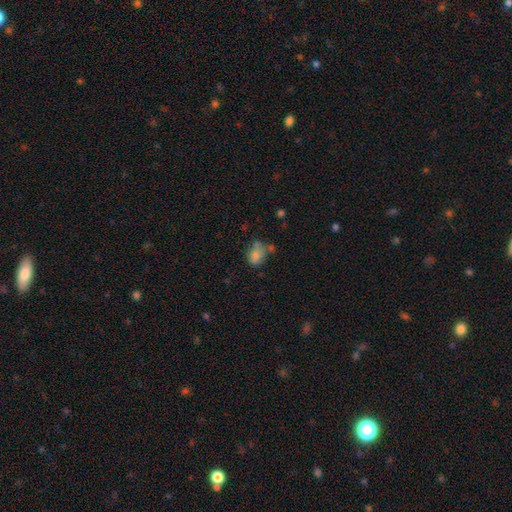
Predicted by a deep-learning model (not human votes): Q: Smooth or featured?
A: smooth (74%); runner-up: featured or disk (15%)
Q: How rounded?
A: in between (67%); runner-up: round (32%)
Q: Merging?
A: none (45%); runner-up: minor disturbance (26%)